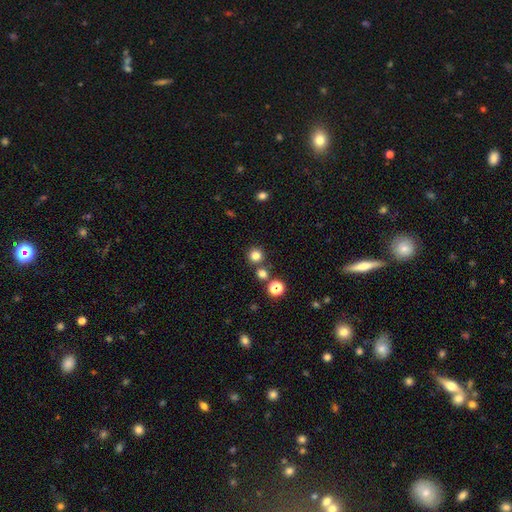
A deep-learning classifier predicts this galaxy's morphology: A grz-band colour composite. It shows a smooth galaxy with no disk features (78%) that is round (95%). Merging: none (80%).